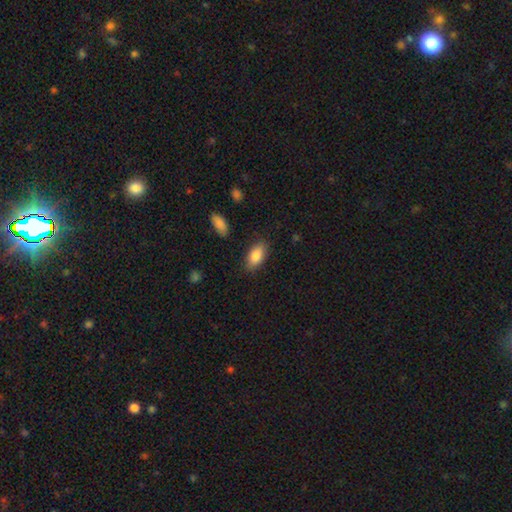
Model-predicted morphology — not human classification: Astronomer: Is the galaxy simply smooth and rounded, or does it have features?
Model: smooth — 86%.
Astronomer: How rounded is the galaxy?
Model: in between — 91%.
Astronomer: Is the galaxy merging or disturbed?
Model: none — 83%.